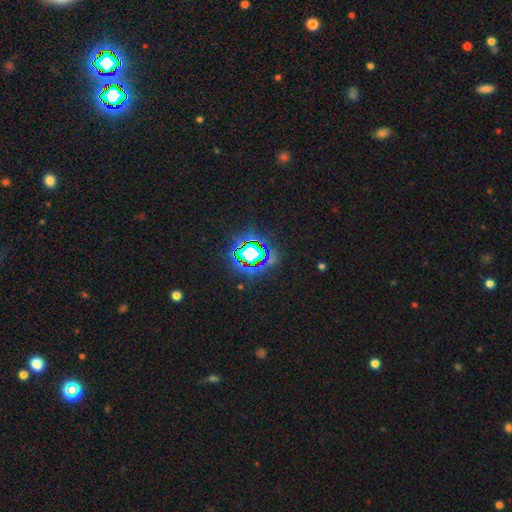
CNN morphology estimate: A star or artifact, not a galaxy (75%).